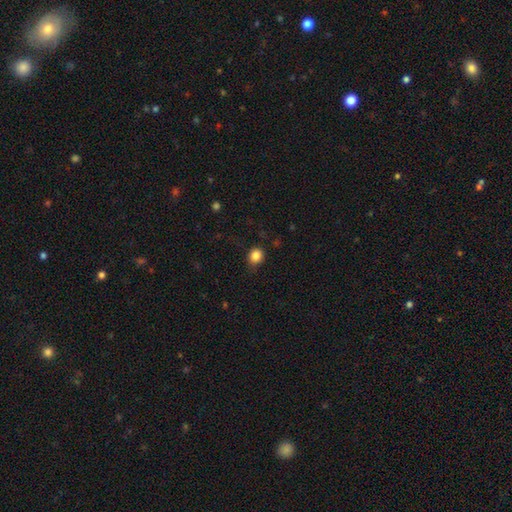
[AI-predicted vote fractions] Smooth or featured? smooth (85%)
How rounded? round (75%)
Merging? none (81%)